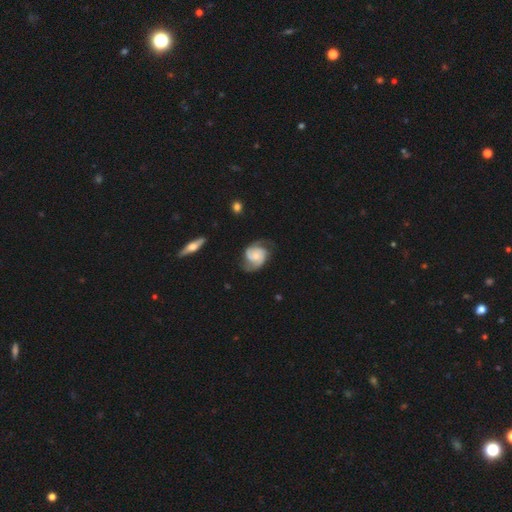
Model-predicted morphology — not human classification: The model was most divided on "spiral winding": medium: 44%, tight: 40%, loose: 16%. More confident: edge-on disk — no (97%); spiral arms — yes (96%); spiral arm count — 2 (87%); smooth or featured — featured or disk (84%); merging — none (69%); bar — no (67%); bulge size — small (53%).